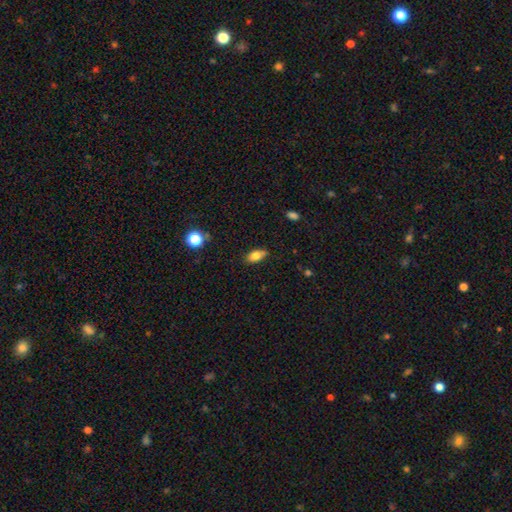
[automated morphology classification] Smooth or featured? Predicted: smooth (p=0.79). How rounded? Predicted: in between (p=0.86). Merging? Predicted: none (p=0.78).